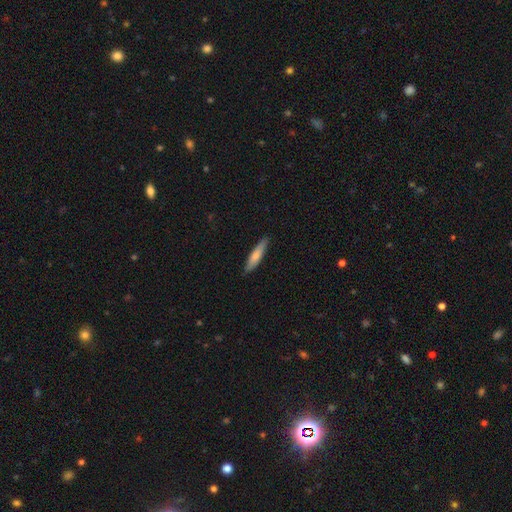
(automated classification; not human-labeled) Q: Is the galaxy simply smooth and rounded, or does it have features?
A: smooth — 71%.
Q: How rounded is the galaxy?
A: cigar-shaped — 81%.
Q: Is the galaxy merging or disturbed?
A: none — 87%.